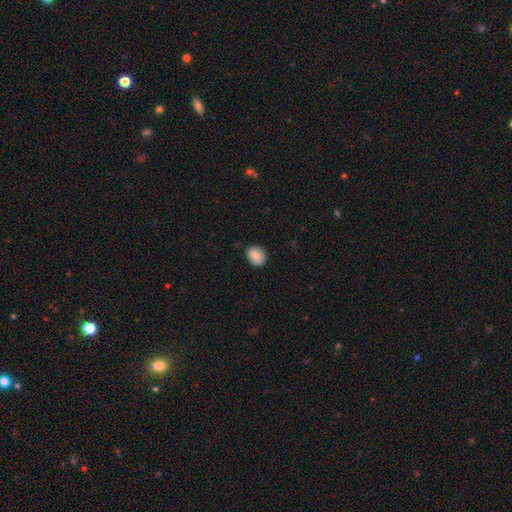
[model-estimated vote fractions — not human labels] This appears to be a smooth galaxy with no disk features (85%) that is round (53%). Merging: none (77%).